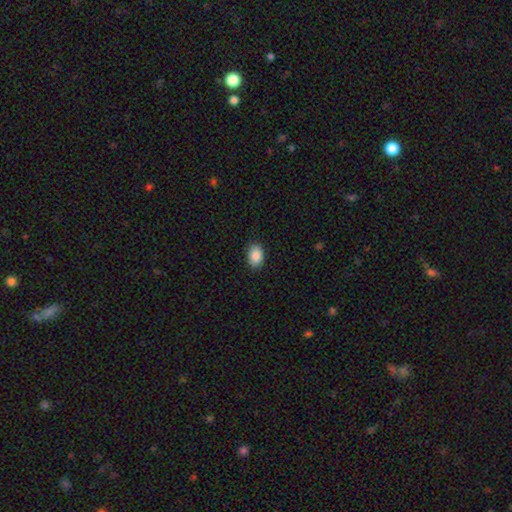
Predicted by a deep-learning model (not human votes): Smooth or featured?
  - smooth: 88% *
  - star or artifact: 7%
  - featured or disk: 4%
How rounded?
  - in between: 86% *
  - round: 13%
  - cigar-shaped: 1%
Merging?
  - none: 89% *
  - minor disturbance: 8%
  - major disturbance: 2%
  - merger: 1%